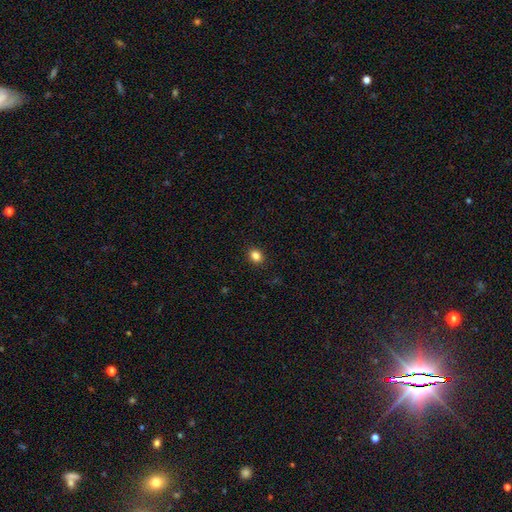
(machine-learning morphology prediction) smooth_or_featured: smooth (p=0.84) [alt: star or artifact p=0.11]
how_rounded: round (p=0.57) [alt: in between p=0.42]
merging: none (p=0.91) [alt: minor disturbance p=0.07]